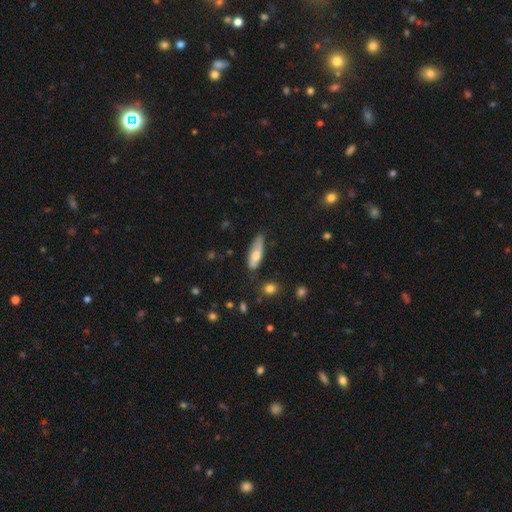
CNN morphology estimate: A smooth galaxy with no disk features (61%) that is in between round and cigar-shaped (52%). Merging: none (64%).